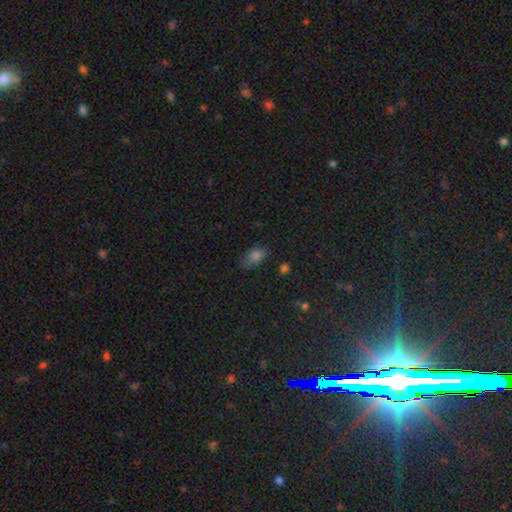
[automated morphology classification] Smooth or featured: smooth — 74% (star or artifact — 17%)
How rounded: in between — 85% (round — 11%)
Merging: none — 67% (minor disturbance — 24%)